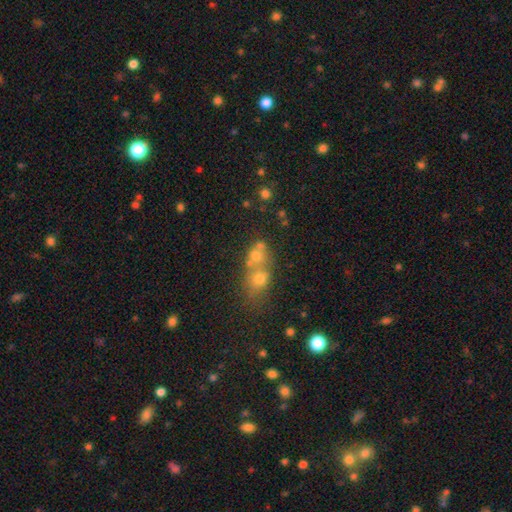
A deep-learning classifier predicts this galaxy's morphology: Q: Smooth or featured?
A: smooth (61%); runner-up: featured or disk (21%)
Q: How rounded?
A: round (65%); runner-up: in between (32%)
Q: Merging?
A: merger (59%); runner-up: none (29%)